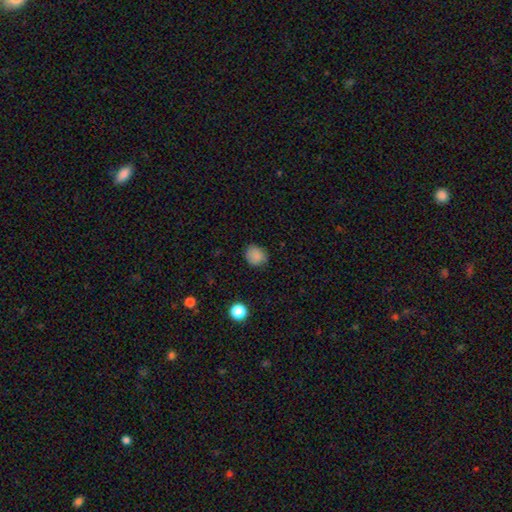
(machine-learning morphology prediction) type=smooth (85%); roundness=round (70%); merging=none (77%).